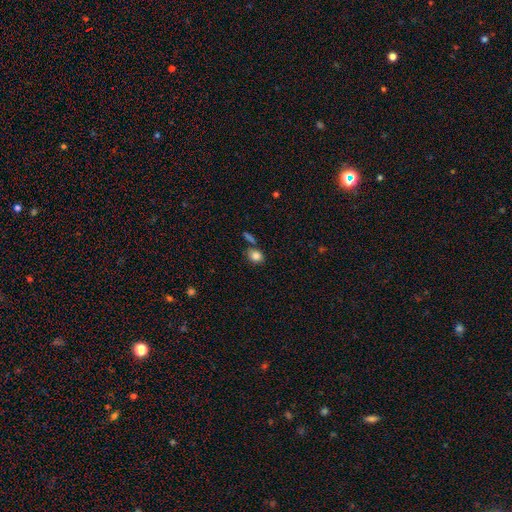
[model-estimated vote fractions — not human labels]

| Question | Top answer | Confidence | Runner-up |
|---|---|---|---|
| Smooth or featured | smooth | 84% | star or artifact (10%) |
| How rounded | round | 61% | in between (38%) |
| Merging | none | 66% | minor disturbance (15%) |